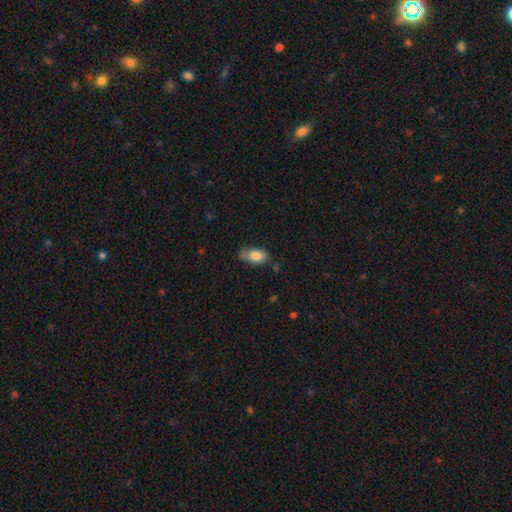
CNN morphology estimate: smooth 81%, featured or disk 11%, star or artifact 7%. Down the decision tree: how rounded — in between (89%); merging — none (61%).